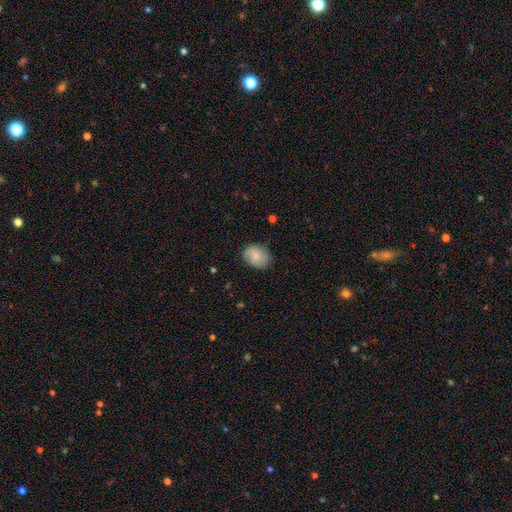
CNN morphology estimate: A smooth galaxy with no disk features (75%) that is in between round and cigar-shaped (56%). Merging: none (80%).